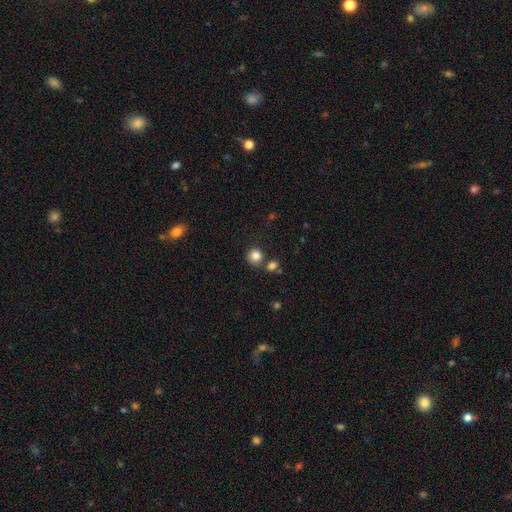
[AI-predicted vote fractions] A smooth galaxy with no disk features (84%) that is round (89%).

Vote fractions:
- Smooth or featured? smooth: 84% / star or artifact: 11% / featured or disk: 5%
- How rounded? round: 89% / in between: 10% / cigar-shaped: 1%
- Merging? none: 74% / merger: 13% / minor disturbance: 9% / major disturbance: 3%